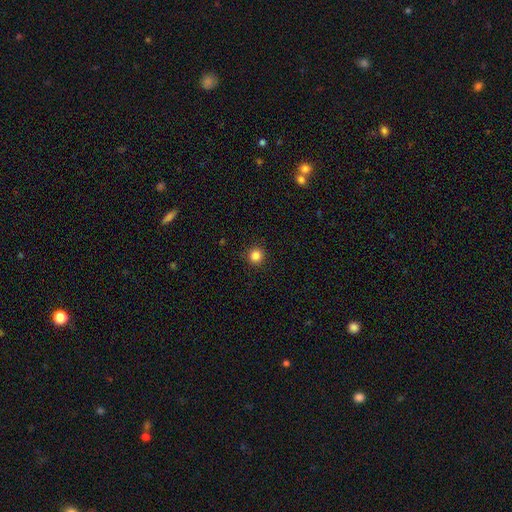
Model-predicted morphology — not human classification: Overall: smooth (84%). How rounded: round (94%). Merging: none (91%).